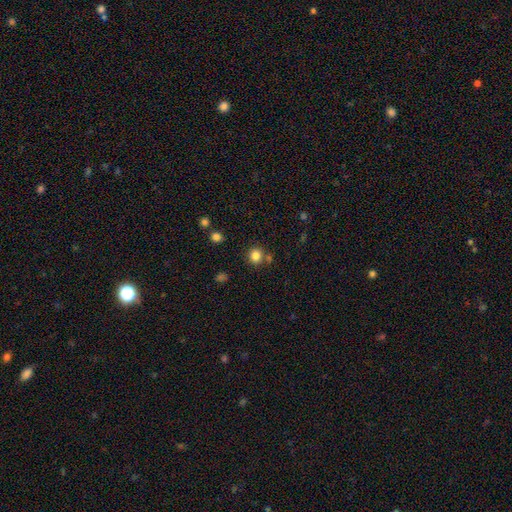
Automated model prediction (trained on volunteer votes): Morphology: type=smooth (83%); roundness=round (86%); merging=none (76%).